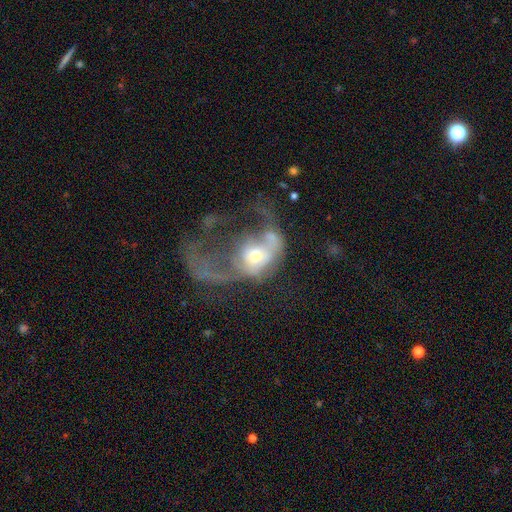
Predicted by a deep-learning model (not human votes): A featured or disk galaxy (61%) with no bar (76%), no spiral arms (57%) and a moderate central bulge (58%). Merging: major disturbance (64%).